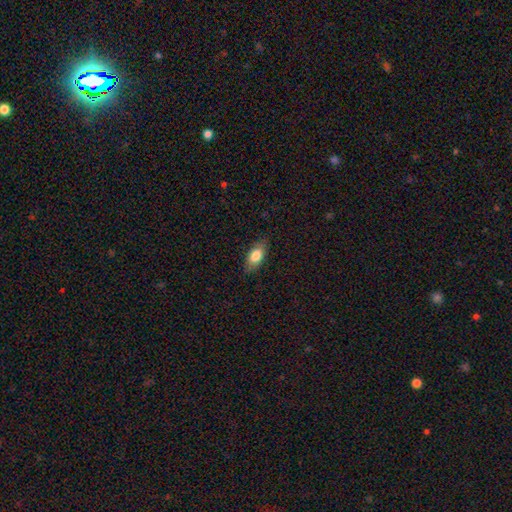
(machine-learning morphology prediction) smooth 79%, featured or disk 14%, star or artifact 7%. Down the decision tree: how rounded — in between (86%); merging — none (83%).